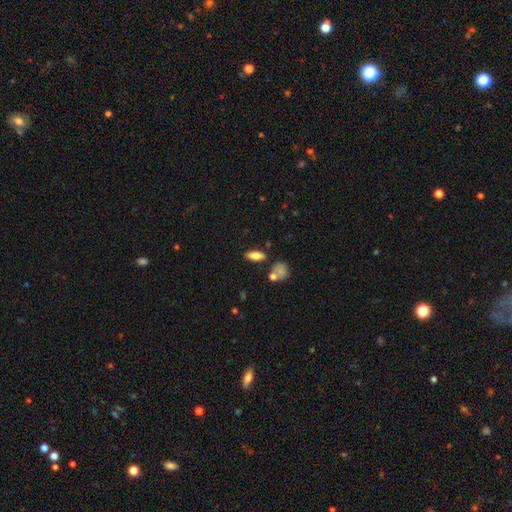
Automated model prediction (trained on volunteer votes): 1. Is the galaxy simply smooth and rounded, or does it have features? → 70% smooth, 22% featured or disk, 8% star or artifact.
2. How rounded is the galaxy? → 71% in between, 25% cigar-shaped, 4% round.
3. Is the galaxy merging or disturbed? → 78% none, 11% minor disturbance, 8% merger, 3% major disturbance.